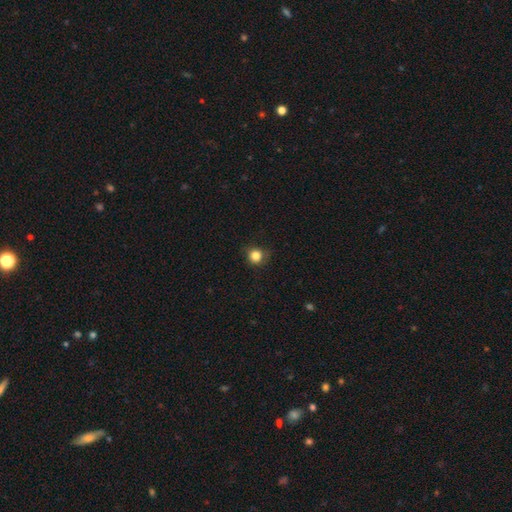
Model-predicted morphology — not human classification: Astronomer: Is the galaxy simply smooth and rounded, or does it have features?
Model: smooth — 83%.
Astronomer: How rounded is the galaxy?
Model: round — 90%.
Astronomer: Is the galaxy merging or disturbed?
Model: none — 84%.